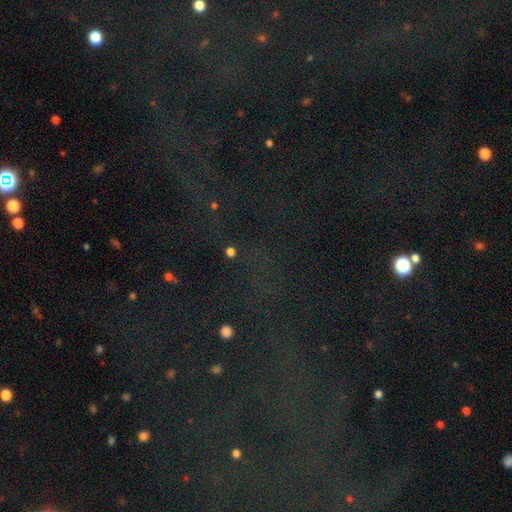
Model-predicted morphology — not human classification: This appears to be a star or artifact, not a galaxy (79%).